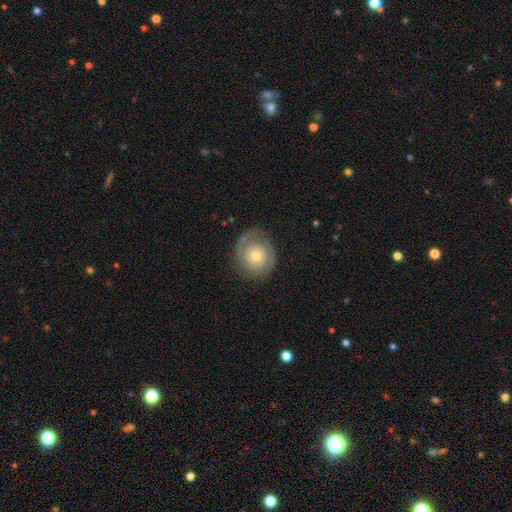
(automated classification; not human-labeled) Q: Smooth or featured?
A: featured or disk (67%); runner-up: smooth (27%)
Q: Edge-on disk?
A: no (97%); runner-up: yes (3%)
Q: Bar?
A: no (84%); runner-up: weak (13%)
Q: Spiral arms?
A: yes (78%); runner-up: no (22%)
Q: Spiral winding?
A: tight (66%); runner-up: medium (25%)
Q: Spiral arm count?
A: 2 (54%); runner-up: can't tell (21%)
Q: Bulge size?
A: small (50%); runner-up: moderate (44%)
Q: Merging?
A: none (77%); runner-up: minor disturbance (15%)